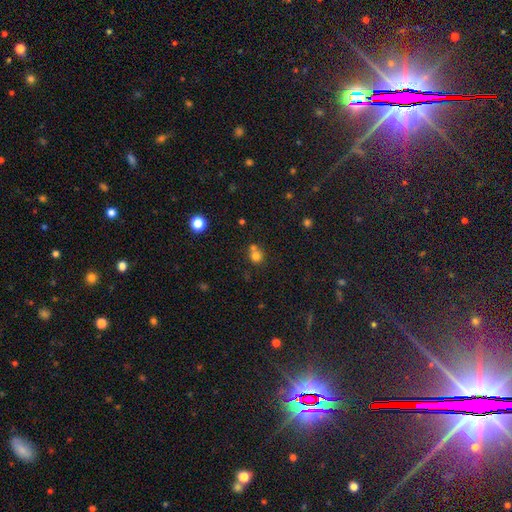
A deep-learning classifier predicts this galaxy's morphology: Smooth or featured: smooth — 75% (star or artifact — 15%)
How rounded: round — 85% (in between — 15%)
Merging: none — 46% (merger — 42%)